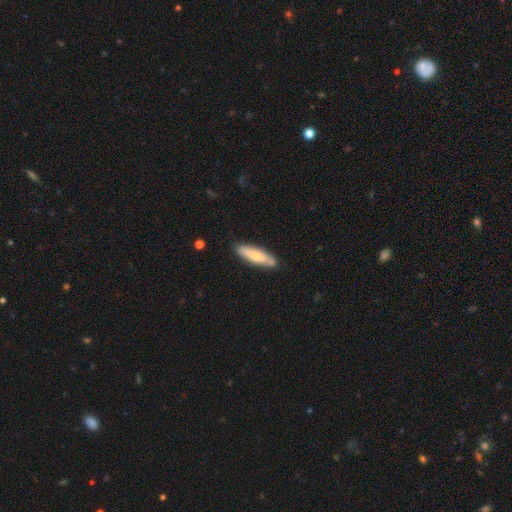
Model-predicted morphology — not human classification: Smooth or featured: smooth — 70% (featured or disk — 24%)
How rounded: cigar-shaped — 72% (in between — 27%)
Merging: none — 81% (minor disturbance — 13%)